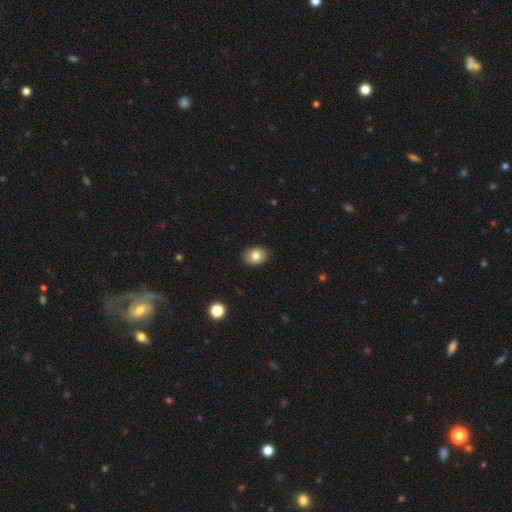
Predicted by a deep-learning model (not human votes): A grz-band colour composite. It shows a smooth galaxy with no disk features (82%) that is in between round and cigar-shaped (61%). Merging: none (87%).